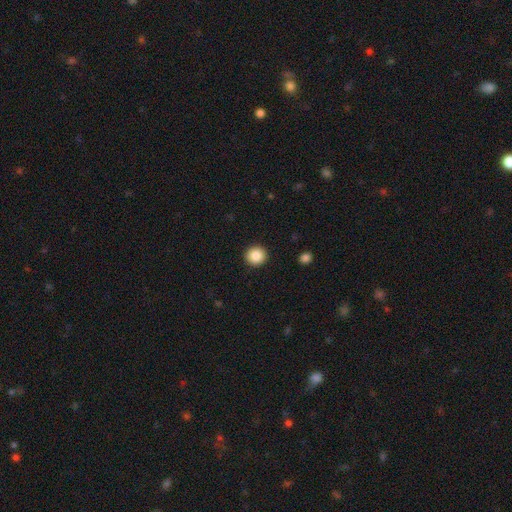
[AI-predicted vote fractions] The model was most divided on "smooth or featured": smooth: 87%, star or artifact: 9%, featured or disk: 4%. More confident: how rounded — round (94%); merging — none (93%).